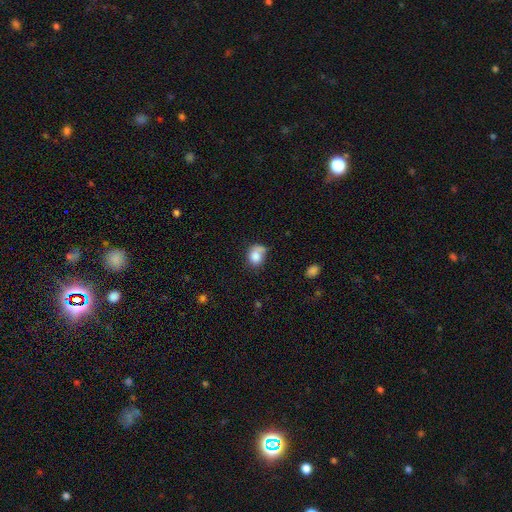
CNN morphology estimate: smooth-or-featured: smooth: 80% | featured or disk: 12% | star or artifact: 9%
  how-rounded: round: 53% | in between: 46% | cigar-shaped: 1%
  merging: none: 42% | minor disturbance: 30% | major disturbance: 17% | merger: 12%